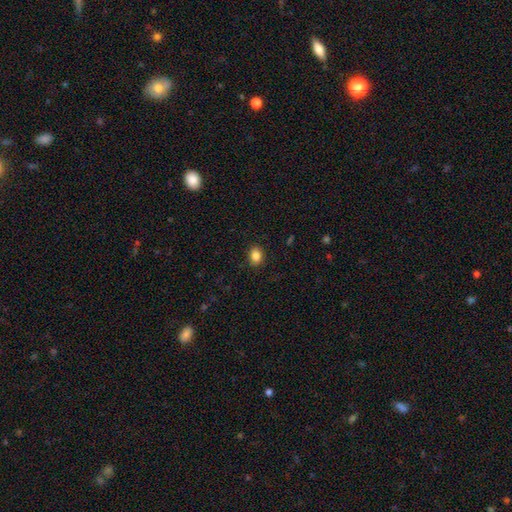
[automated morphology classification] The model was most divided on "how rounded": in between: 54%, round: 45%, cigar-shaped: 1%. More confident: merging — none (88%); smooth or featured — smooth (86%).